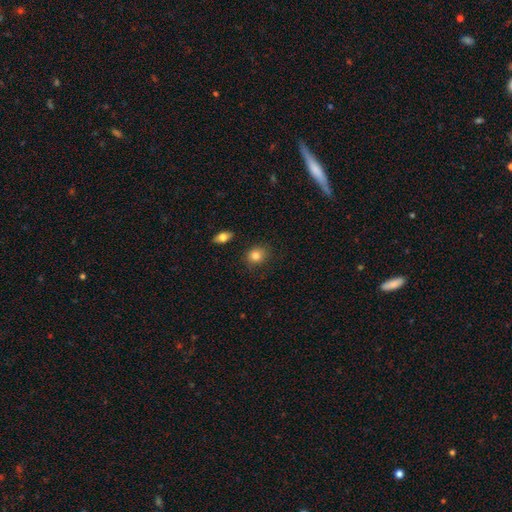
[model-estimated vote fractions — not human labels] smooth-or-featured: smooth: 83% | star or artifact: 10% | featured or disk: 8%
  how-rounded: round: 64% | in between: 35% | cigar-shaped: 1%
  merging: none: 84% | minor disturbance: 11% | major disturbance: 3% | merger: 2%